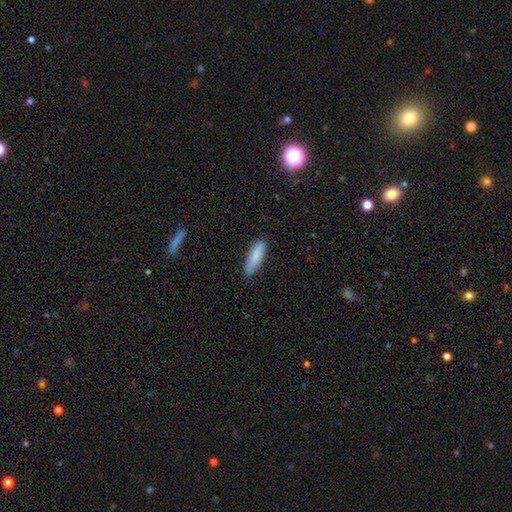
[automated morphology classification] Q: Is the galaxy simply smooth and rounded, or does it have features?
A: smooth — 85%.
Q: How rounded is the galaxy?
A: cigar-shaped — 52%.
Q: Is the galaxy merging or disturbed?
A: none — 84%.